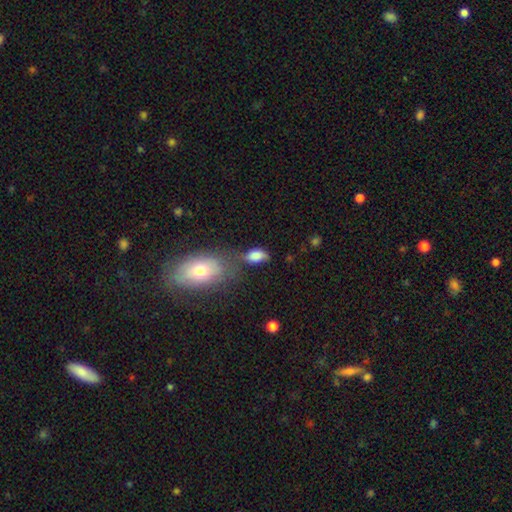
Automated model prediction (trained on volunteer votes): smooth_or_featured: smooth (p=0.79) [alt: featured or disk p=0.11]
how_rounded: in between (p=0.88) [alt: round p=0.08]
merging: none (p=0.40) [alt: minor disturbance p=0.26]